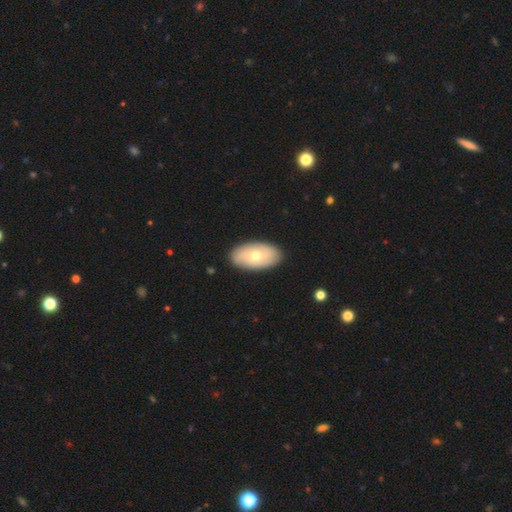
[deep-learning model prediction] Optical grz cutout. It shows a smooth galaxy with no disk features (58%) that is in between round and cigar-shaped (94%). Merging: none (87%).